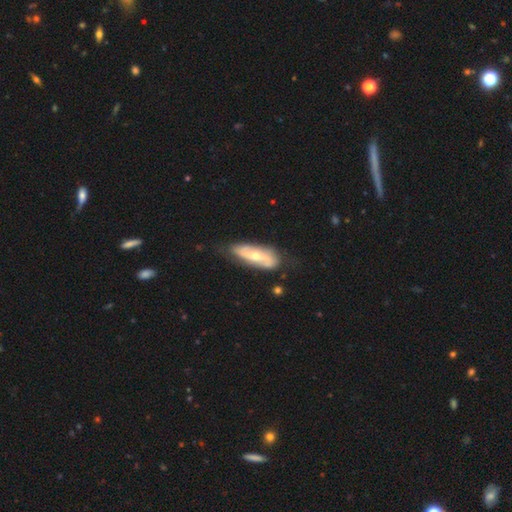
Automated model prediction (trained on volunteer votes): A featured or disk galaxy (68%) with no bar (51%), spiral arms (81%) and a moderate central bulge (55%).

Vote fractions:
- Smooth or featured? featured or disk: 68% / smooth: 27% / star or artifact: 5%
- Edge-on disk? no: 85% / yes: 15%
- Bar? no: 51% / weak: 31% / strong: 18%
- Spiral arms? yes: 81% / no: 19%
- Bulge size? moderate: 55% / small: 41% / large: 2% / none: 1% / dominant: 1%
- Merging? none: 71% / minor disturbance: 21% / major disturbance: 5% / merger: 2%